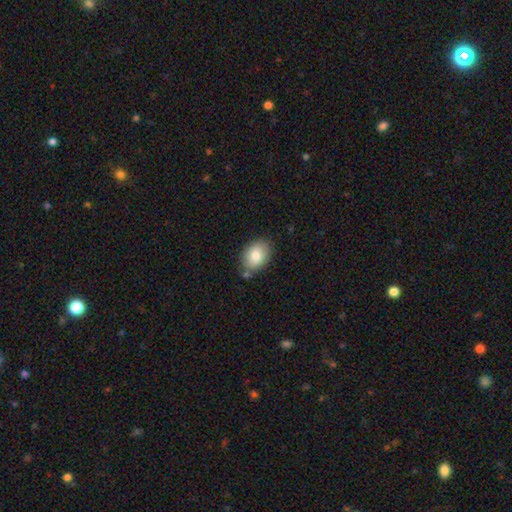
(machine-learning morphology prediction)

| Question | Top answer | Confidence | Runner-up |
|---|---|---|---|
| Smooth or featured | smooth | 84% | featured or disk (10%) |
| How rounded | in between | 84% | round (15%) |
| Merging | none | 75% | minor disturbance (16%) |